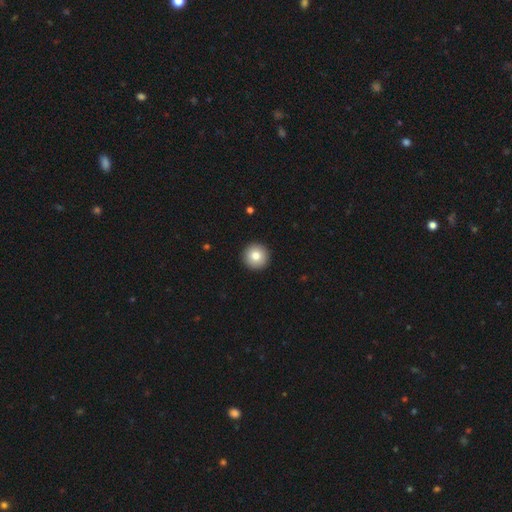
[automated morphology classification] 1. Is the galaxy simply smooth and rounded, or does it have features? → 82% smooth, 10% featured or disk, 9% star or artifact.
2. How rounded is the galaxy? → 97% round, 2% in between, 1% cigar-shaped.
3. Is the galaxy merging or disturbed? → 94% none, 4% minor disturbance, 1% major disturbance, 1% merger.